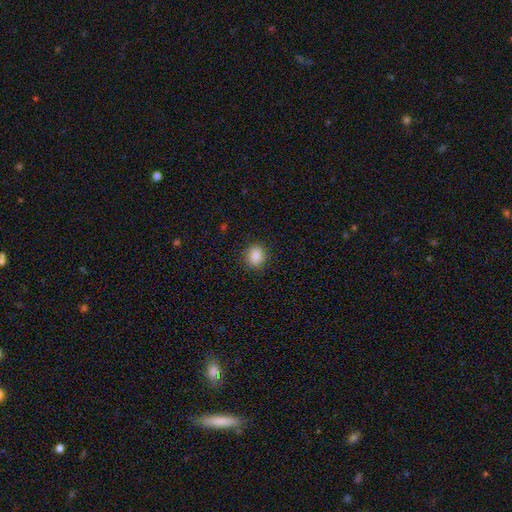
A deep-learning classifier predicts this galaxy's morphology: Smooth or featured?
  - smooth: 87% *
  - star or artifact: 9%
  - featured or disk: 4%
How rounded?
  - round: 75% *
  - in between: 25%
  - cigar-shaped: 1%
Merging?
  - none: 89% *
  - minor disturbance: 7%
  - major disturbance: 2%
  - merger: 1%